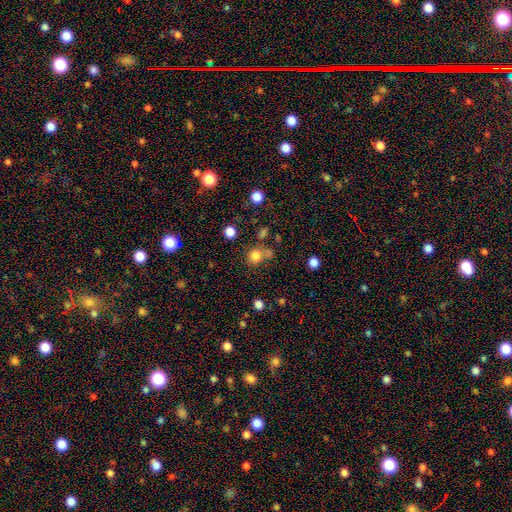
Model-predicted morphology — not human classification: A smooth galaxy with no disk features (79%) that is round (84%). Merging: none (61%).